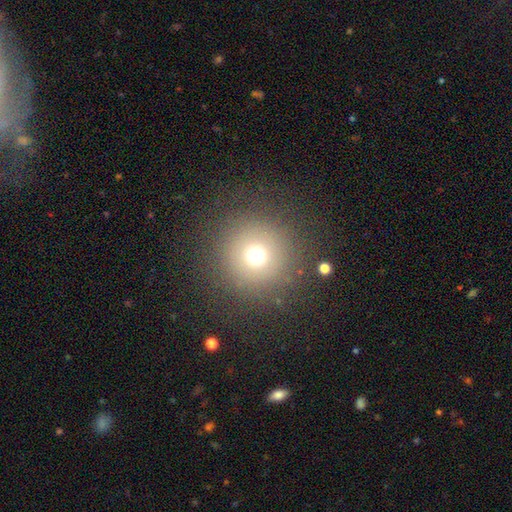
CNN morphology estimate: smooth 69%, star or artifact 22%, featured or disk 9%. Down the decision tree: how rounded — round (96%); merging — none (87%).